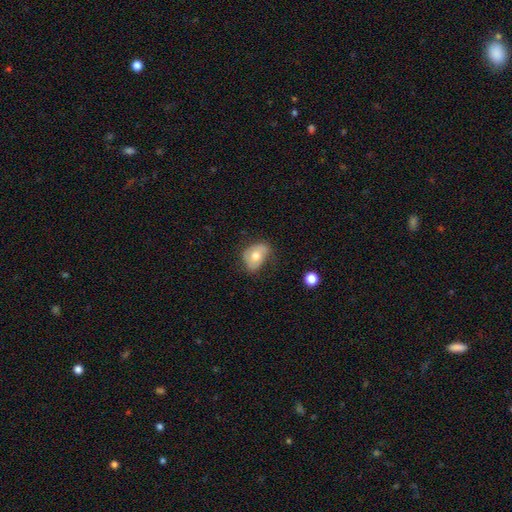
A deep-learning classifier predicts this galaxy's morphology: Smooth or featured? Predicted: smooth (p=0.60). How rounded? Predicted: in between (p=0.71). Merging? Predicted: none (p=0.52).